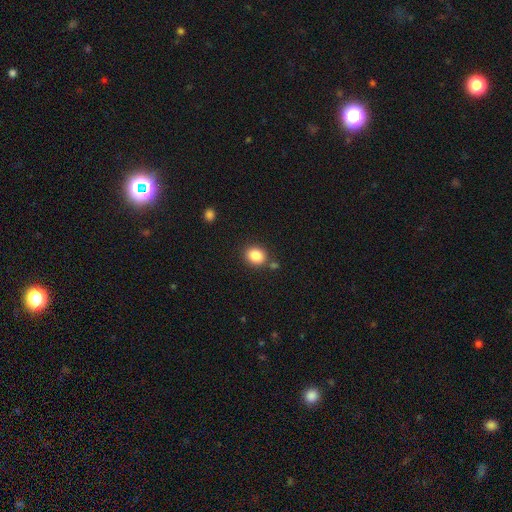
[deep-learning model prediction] This appears to be a smooth galaxy with no disk features (86%) that is round (65%). Merging: none (79%).